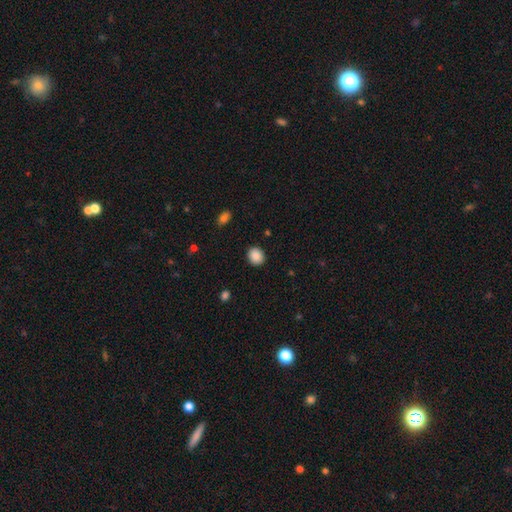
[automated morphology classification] This is clearly a smooth galaxy (89%). How rounded: likely round (69%). Merging: clearly none (90%).